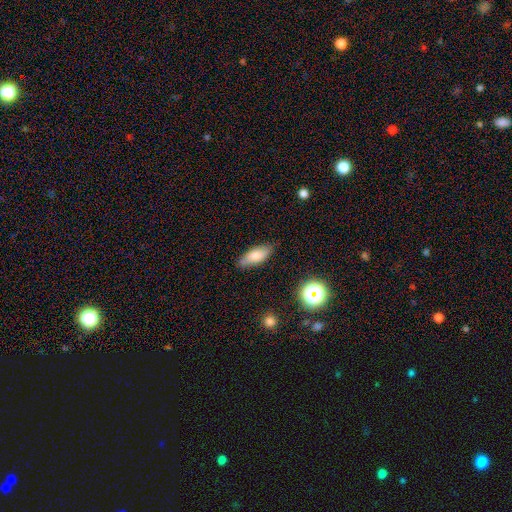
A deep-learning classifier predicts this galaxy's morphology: type=smooth (76%); roundness=in between (75%); merging=none (81%).